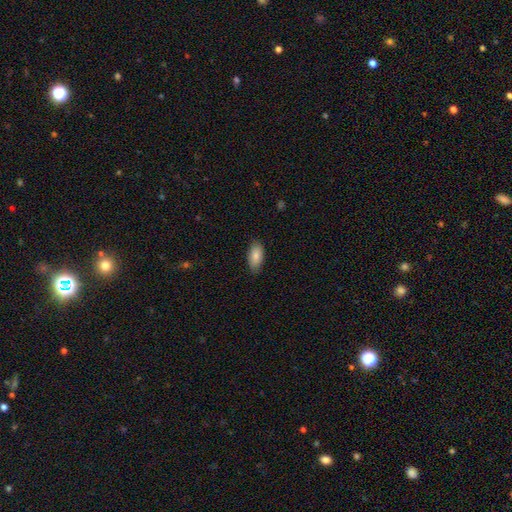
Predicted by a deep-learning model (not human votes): The model was most divided on "merging": none: 86%, minor disturbance: 11%, major disturbance: 2%, merger: 1%. More confident: how rounded — in between (92%); smooth or featured — smooth (85%).